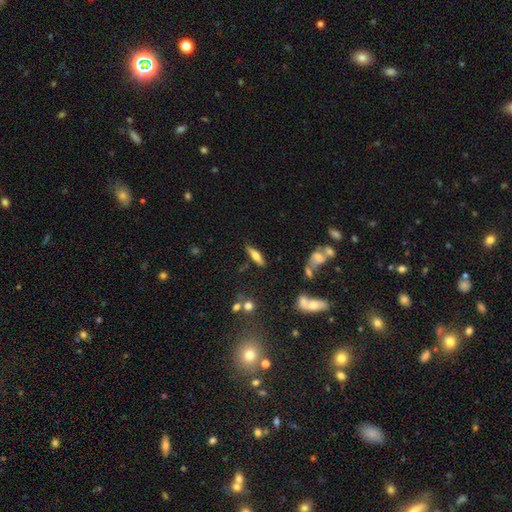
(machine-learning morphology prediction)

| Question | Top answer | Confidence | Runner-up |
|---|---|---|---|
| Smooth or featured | smooth | 50% | featured or disk (42%) |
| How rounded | cigar-shaped | 63% | in between (34%) |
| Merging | none | 79% | minor disturbance (12%) |